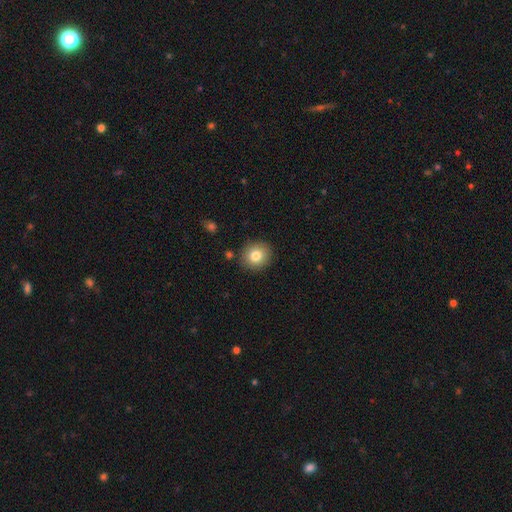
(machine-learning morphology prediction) smooth 81%, star or artifact 10%, featured or disk 10%. Down the decision tree: how rounded — round (82%); merging — none (88%).